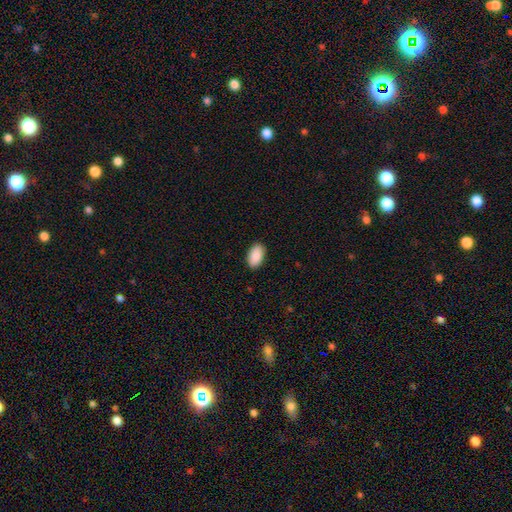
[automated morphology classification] Smooth or featured? Predicted: smooth (p=0.91). How rounded? Predicted: in between (p=0.95). Merging? Predicted: none (p=0.90).